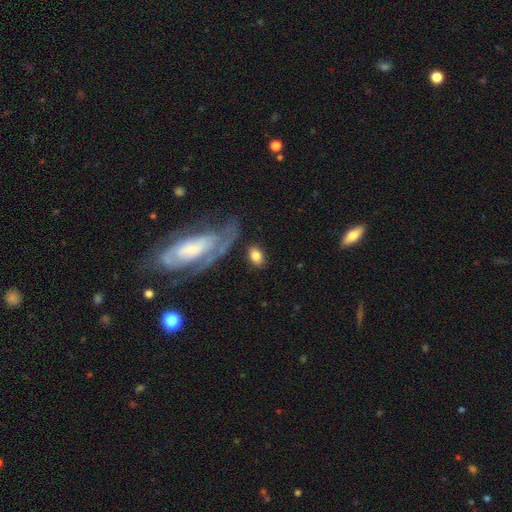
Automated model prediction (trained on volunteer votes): This is likely a smooth galaxy (78%). How rounded: clearly in between (84%). Merging: likely none (72%).